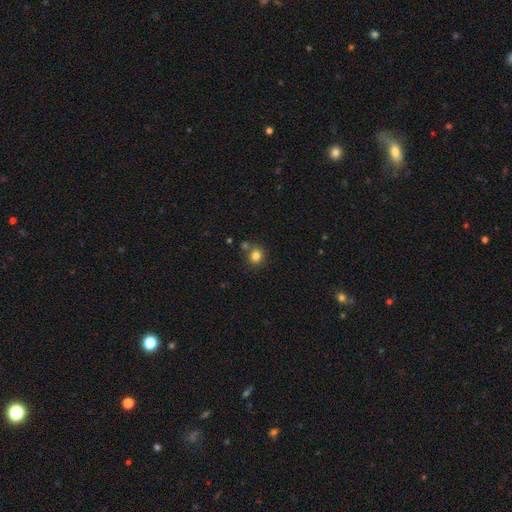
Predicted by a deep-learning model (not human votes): smooth 82%, star or artifact 12%, featured or disk 6%. Down the decision tree: how rounded — round (82%); merging — none (72%).